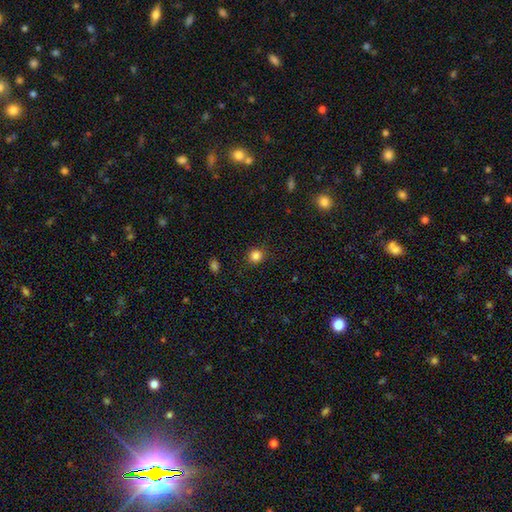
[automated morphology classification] A smooth galaxy with no disk features (84%) that is round (90%).

Vote fractions:
- Smooth or featured? smooth: 84% / star or artifact: 12% / featured or disk: 4%
- How rounded? round: 90% / in between: 9% / cigar-shaped: 1%
- Merging? none: 88% / minor disturbance: 8% / major disturbance: 3% / merger: 1%